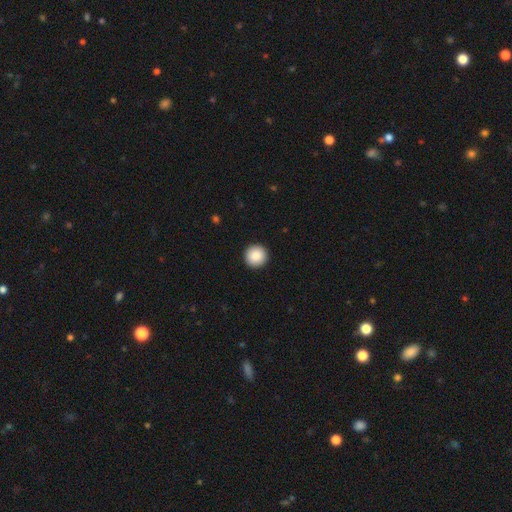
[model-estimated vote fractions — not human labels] Smooth or featured?
  - smooth: 88% *
  - star or artifact: 8%
  - featured or disk: 4%
How rounded?
  - round: 96% *
  - in between: 3%
  - cigar-shaped: 1%
Merging?
  - none: 93% *
  - minor disturbance: 4%
  - major disturbance: 1%
  - merger: 1%